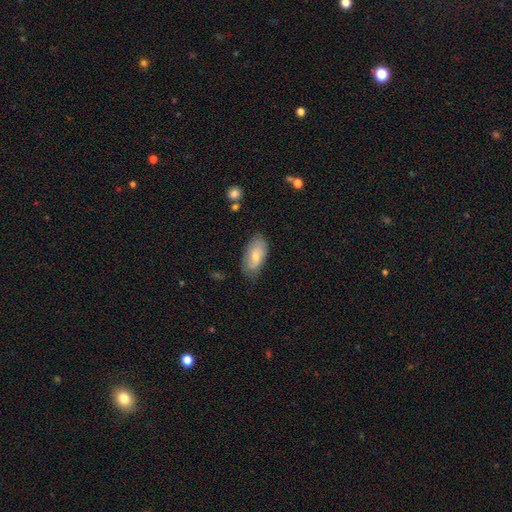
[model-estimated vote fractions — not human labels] A smooth galaxy with no disk features (65%) that is in between round and cigar-shaped (93%).

Vote fractions:
- Smooth or featured? smooth: 65% / featured or disk: 29% / star or artifact: 6%
- How rounded? in between: 93% / cigar-shaped: 4% / round: 3%
- Merging? none: 71% / minor disturbance: 23% / major disturbance: 4% / merger: 2%